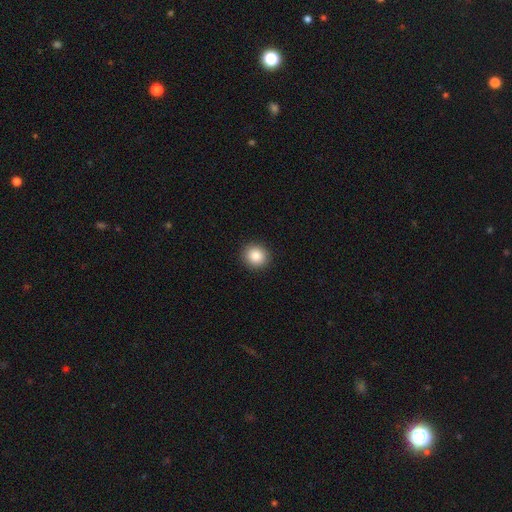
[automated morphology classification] A smooth galaxy with no disk features (86%) that is round (87%).

Vote fractions:
- Smooth or featured? smooth: 86% / star or artifact: 9% / featured or disk: 5%
- How rounded? round: 87% / in between: 12% / cigar-shaped: 1%
- Merging? none: 92% / minor disturbance: 5% / major disturbance: 2% / merger: 1%